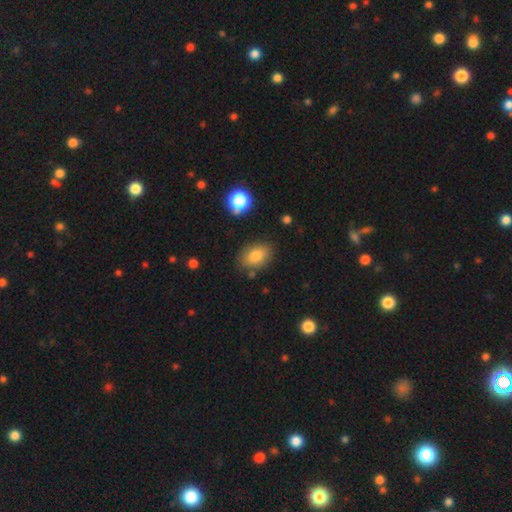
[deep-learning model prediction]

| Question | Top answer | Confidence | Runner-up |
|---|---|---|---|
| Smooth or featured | smooth | 80% | featured or disk (11%) |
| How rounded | in between | 83% | round (15%) |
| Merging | none | 81% | minor disturbance (13%) |